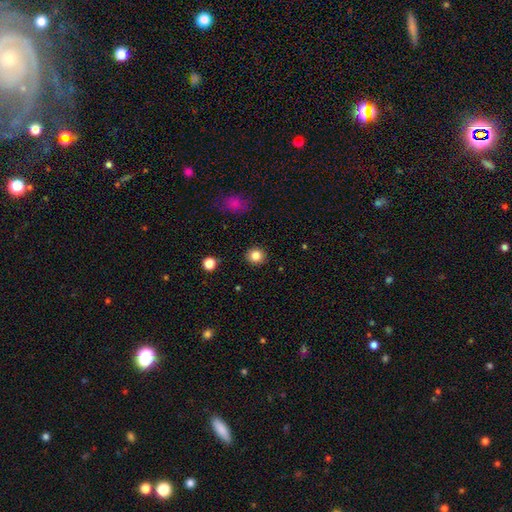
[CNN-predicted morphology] smooth-or-featured: smooth: 84% | star or artifact: 11% | featured or disk: 5%
  how-rounded: round: 86% | in between: 13% | cigar-shaped: 1%
  merging: none: 91% | minor disturbance: 6% | major disturbance: 2% | merger: 1%